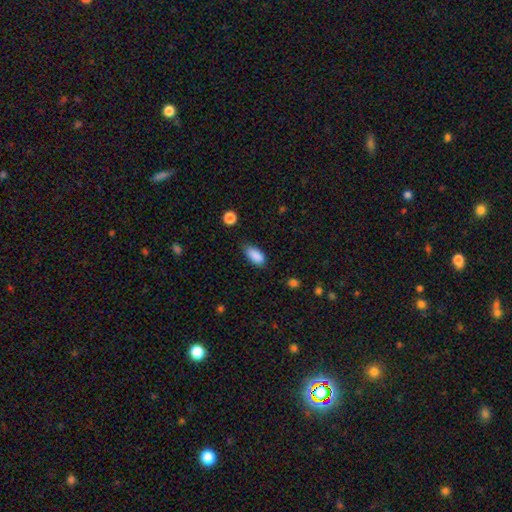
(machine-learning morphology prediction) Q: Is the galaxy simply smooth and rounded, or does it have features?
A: smooth — 88%.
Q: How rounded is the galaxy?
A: in between — 89%.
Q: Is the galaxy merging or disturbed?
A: none — 69%.